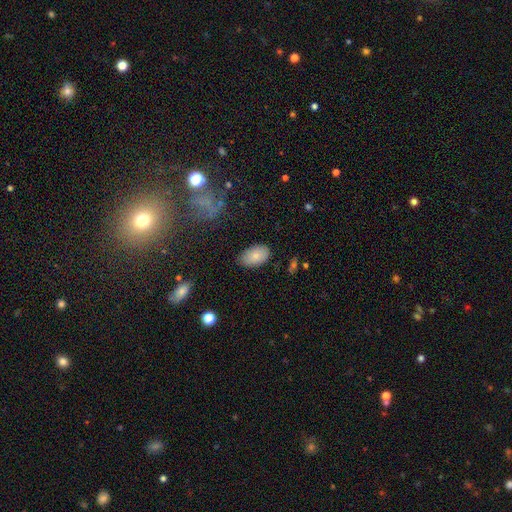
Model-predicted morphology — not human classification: Smooth or featured: smooth — 81% (featured or disk — 11%)
How rounded: in between — 92% (round — 6%)
Merging: none — 76% (minor disturbance — 19%)